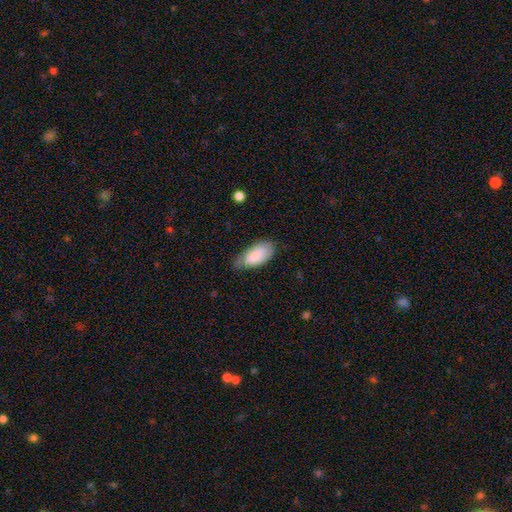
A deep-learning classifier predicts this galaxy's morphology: smooth 84%, featured or disk 10%, star or artifact 6%. Down the decision tree: how rounded — in between (92%); merging — none (59%).